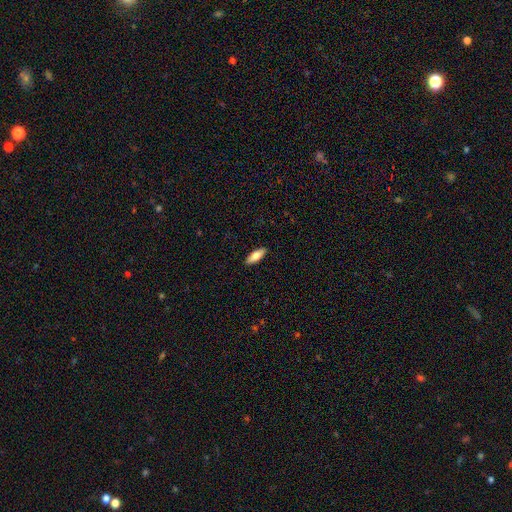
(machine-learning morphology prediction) Overall: smooth (71%). How rounded: in between (61%; cigar-shaped 37%). Merging: none (90%).